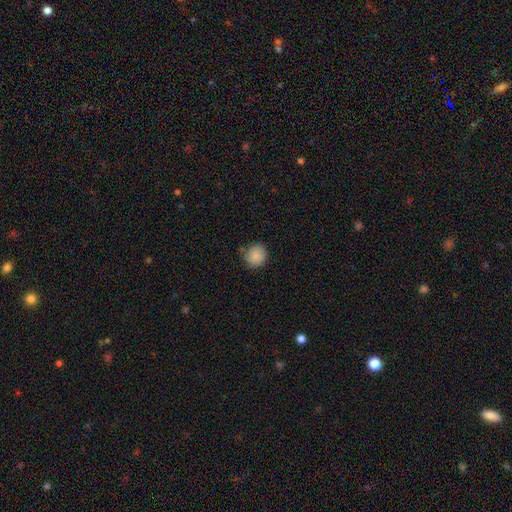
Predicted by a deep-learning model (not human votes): A smooth galaxy with no disk features (88%) that is round (87%). Merging: none (82%).